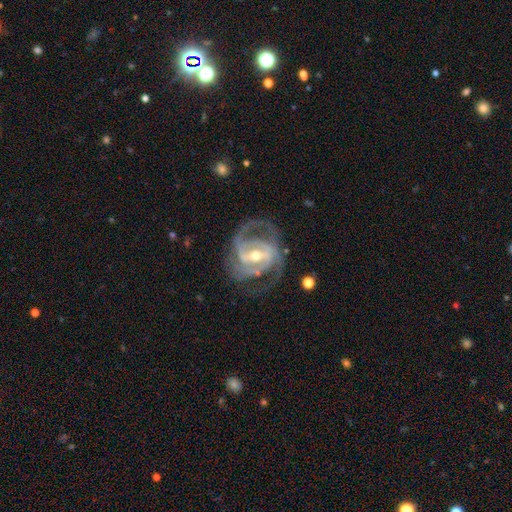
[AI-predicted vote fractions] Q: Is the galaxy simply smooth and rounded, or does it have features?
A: featured or disk — 91%.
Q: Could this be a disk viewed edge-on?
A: no — 97%.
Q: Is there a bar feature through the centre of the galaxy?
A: strong — 50%.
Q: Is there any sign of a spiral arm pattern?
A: yes — 95%.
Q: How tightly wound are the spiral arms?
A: medium — 48%.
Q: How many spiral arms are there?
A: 2 — 51%.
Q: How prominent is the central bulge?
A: moderate — 62%.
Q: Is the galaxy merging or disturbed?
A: none — 64%.